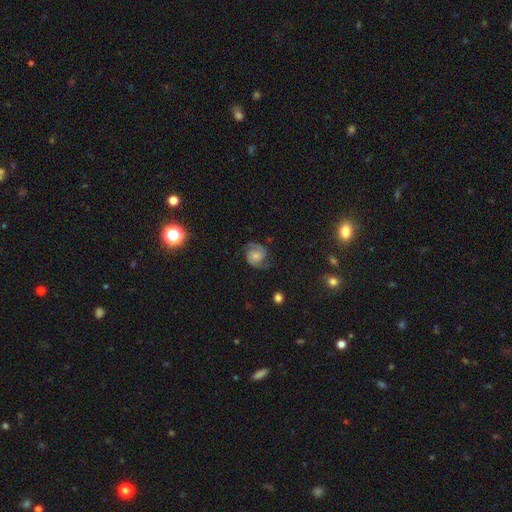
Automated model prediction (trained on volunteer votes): smooth-or-featured: featured or disk: 83% | smooth: 9% | star or artifact: 7%
  disk-edge-on: no: 98% | yes: 2%
    bar: no: 68% | weak: 26% | strong: 6%
    has-spiral-arms: yes: 98% | no: 2%
      spiral-winding: medium: 52% | tight: 32% | loose: 16%
      spiral-arm-count: 2: 93% | can't tell: 2% | 3: 2% | 1: 1% | 4: 1% | more than 4: 1%
    bulge-size: small: 42% | moderate: 34% | none: 14% | large: 8% | dominant: 2%
  merging: none: 77% | minor disturbance: 15% | major disturbance: 7% | merger: 1%